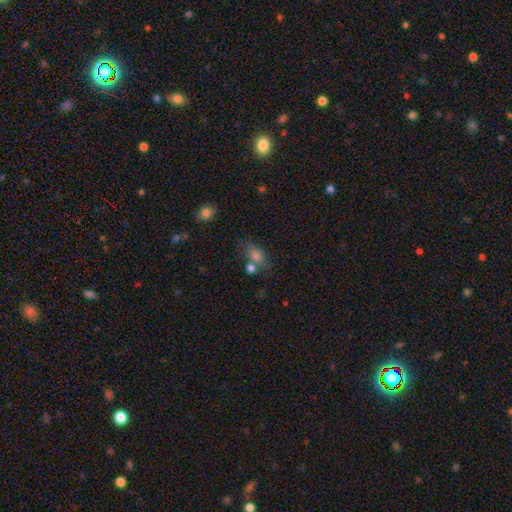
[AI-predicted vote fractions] This is likely a smooth galaxy (72%). How rounded: likely in between (77%). Merging: possibly none (59%).